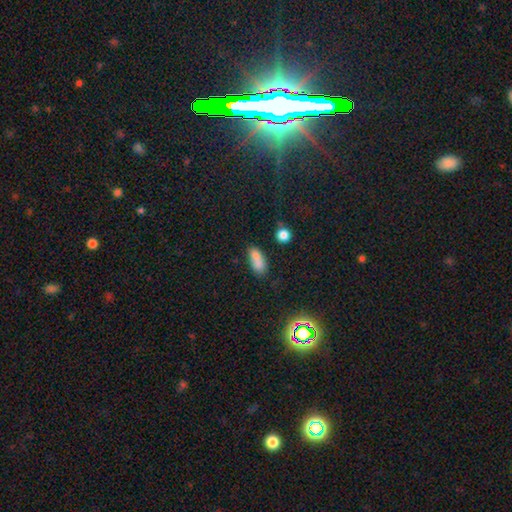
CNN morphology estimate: A smooth galaxy with no disk features (78%) that is in between round and cigar-shaped (75%). Merging: none (47%).